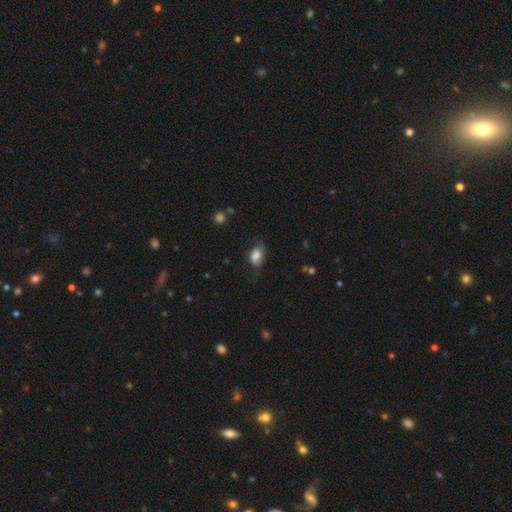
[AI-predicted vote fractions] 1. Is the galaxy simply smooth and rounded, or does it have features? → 73% smooth, 19% featured or disk, 8% star or artifact.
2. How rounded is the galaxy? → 81% in between, 17% round, 2% cigar-shaped.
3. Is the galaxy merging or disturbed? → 52% none, 31% minor disturbance, 15% major disturbance, 2% merger.